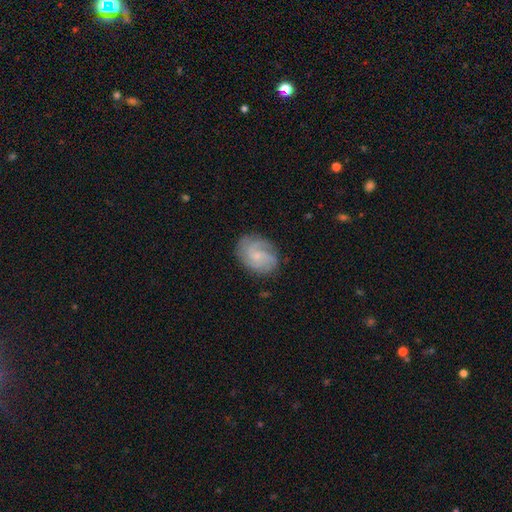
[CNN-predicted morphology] Q: Smooth or featured?
A: featured or disk (75%); runner-up: smooth (18%)
Q: Edge-on disk?
A: no (98%); runner-up: yes (2%)
Q: Bar?
A: no (62%); runner-up: weak (34%)
Q: Spiral arms?
A: yes (95%); runner-up: no (5%)
Q: Spiral winding?
A: tight (46%); runner-up: medium (40%)
Q: Spiral arm count?
A: 2 (33%); runner-up: 3 (26%)
Q: Bulge size?
A: small (69%); runner-up: moderate (19%)
Q: Merging?
A: none (75%); runner-up: minor disturbance (17%)